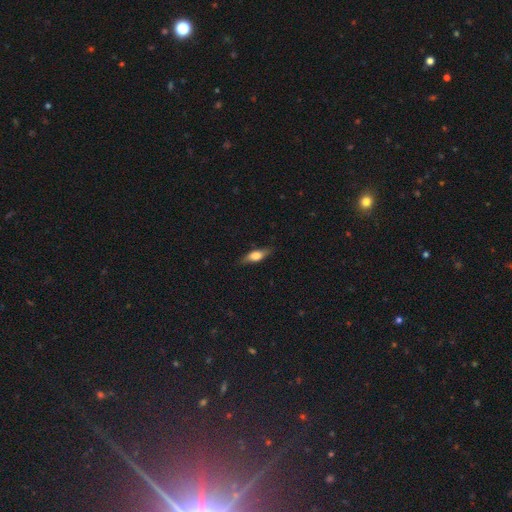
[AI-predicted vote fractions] Smooth or featured? smooth (56%)
How rounded? in between (57%)
Merging? none (82%)